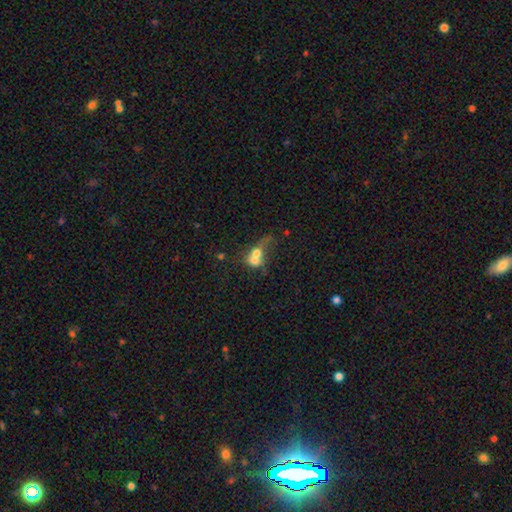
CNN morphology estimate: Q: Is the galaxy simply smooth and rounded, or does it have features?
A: smooth — 59%.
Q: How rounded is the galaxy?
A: round — 56%.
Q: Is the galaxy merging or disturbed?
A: merger — 74%.